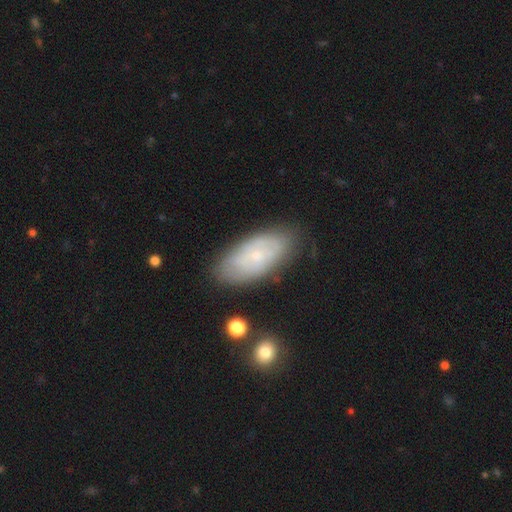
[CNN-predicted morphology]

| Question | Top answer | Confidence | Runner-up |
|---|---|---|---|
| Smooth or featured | featured or disk | 51% | smooth (42%) |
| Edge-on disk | no | 91% | yes (9%) |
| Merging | none | 77% | minor disturbance (16%) |